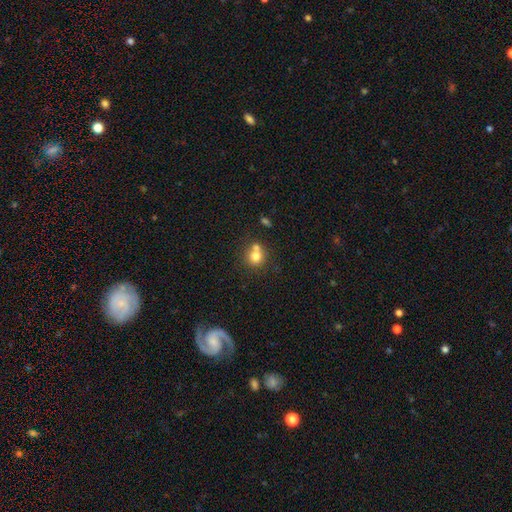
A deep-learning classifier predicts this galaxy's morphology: Smooth or featured: smooth — 76% (featured or disk — 13%)
How rounded: round — 86% (in between — 13%)
Merging: none — 50% (merger — 38%)